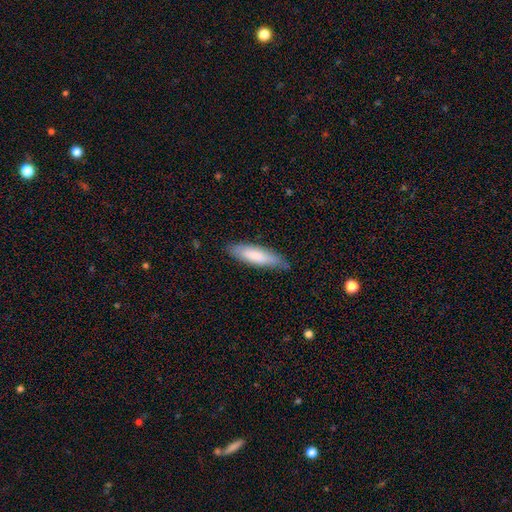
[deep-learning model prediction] Smooth or featured?
  - smooth: 76% *
  - featured or disk: 18%
  - star or artifact: 5%
How rounded?
  - cigar-shaped: 60% *
  - in between: 39%
  - round: 1%
Merging?
  - none: 78% *
  - minor disturbance: 18%
  - major disturbance: 3%
  - merger: 1%